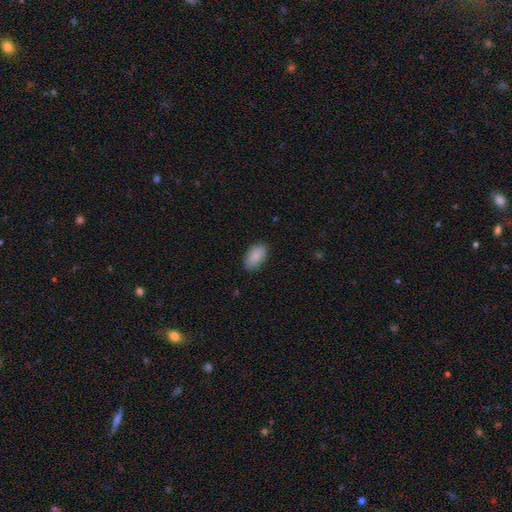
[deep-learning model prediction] Smooth or featured? Predicted: smooth (p=0.88). How rounded? Predicted: in between (p=0.93). Merging? Predicted: none (p=0.84).